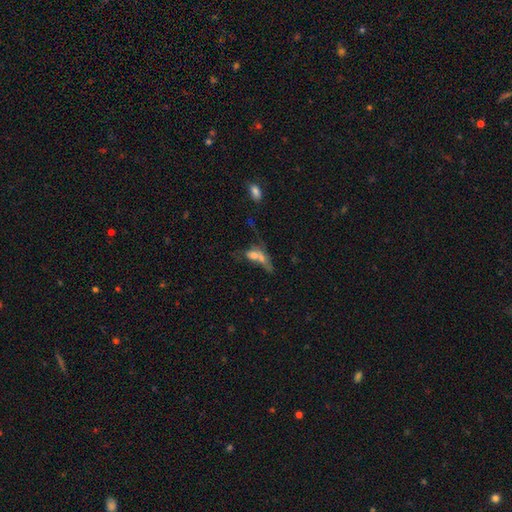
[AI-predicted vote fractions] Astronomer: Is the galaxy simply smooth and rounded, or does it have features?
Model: smooth — 55% (runner-up: featured or disk, 32%).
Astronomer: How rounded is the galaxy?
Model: in between — 65%.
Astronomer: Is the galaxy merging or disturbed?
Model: merger — 60%.